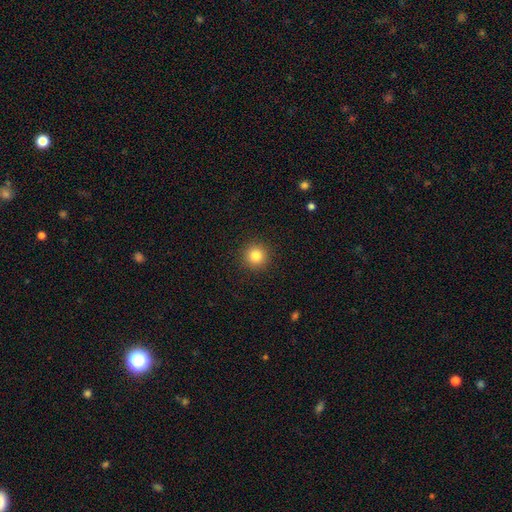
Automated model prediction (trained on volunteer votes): Smooth or featured: smooth — 83% (star or artifact — 11%)
How rounded: round — 95% (in between — 4%)
Merging: none — 92% (minor disturbance — 5%)